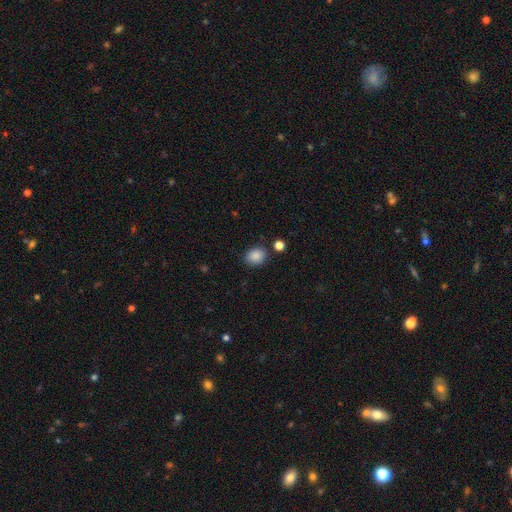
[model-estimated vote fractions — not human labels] The model was most divided on "how rounded": round: 50%, in between: 49%, cigar-shaped: 1%. More confident: smooth or featured — smooth (87%); merging — none (81%).